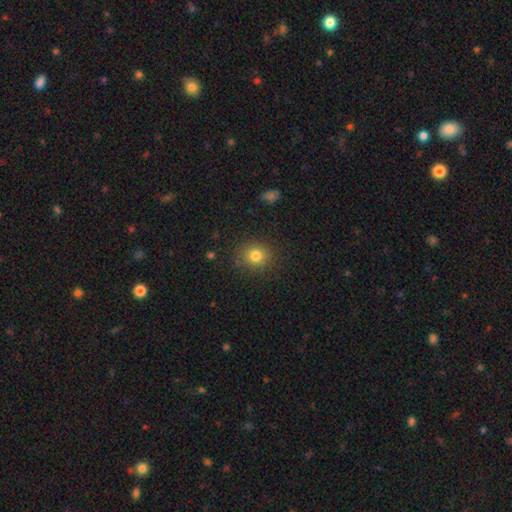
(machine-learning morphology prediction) Overall: smooth (80%). How rounded: round (80%). Merging: none (87%).